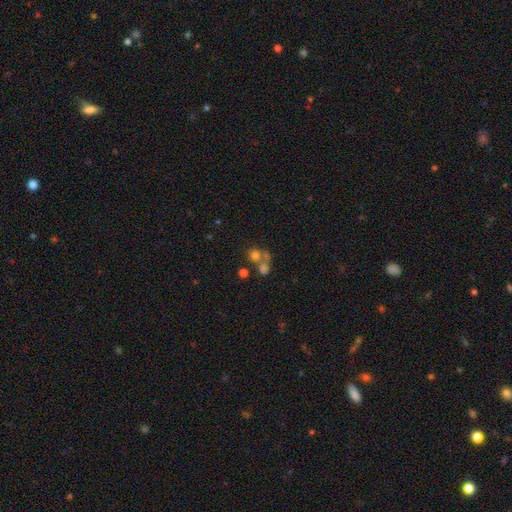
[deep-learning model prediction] This is likely a smooth galaxy (65%). How rounded: clearly round (82%). Merging: possibly merger (46%).